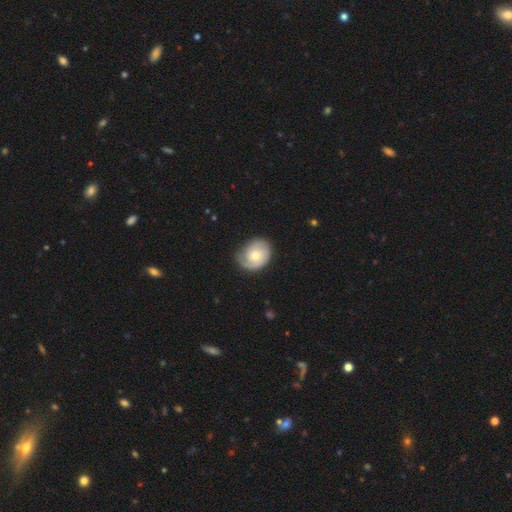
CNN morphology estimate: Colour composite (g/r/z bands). It shows a featured or disk galaxy (62%) with no bar (76%), 1 (42%) tight (60%) spiral arms (88%) and a moderate central bulge (60%). Merging: none (73%).